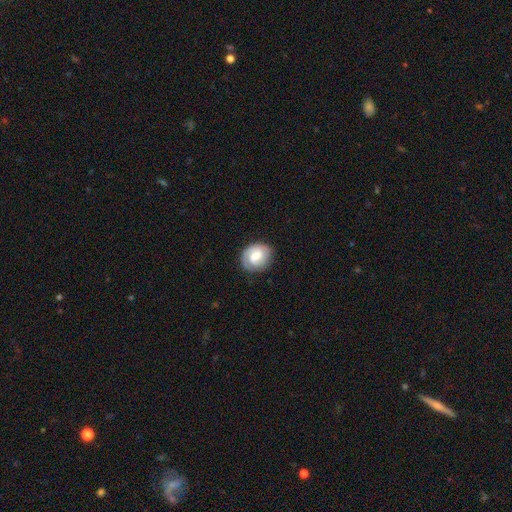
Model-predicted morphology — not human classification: featured or disk 55%, smooth 38%, star or artifact 6%. Down the decision tree: edge-on disk — no (97%); bar — weak (48%); spiral arms — yes (85%); bulge size — moderate (46%); merging — none (78%).